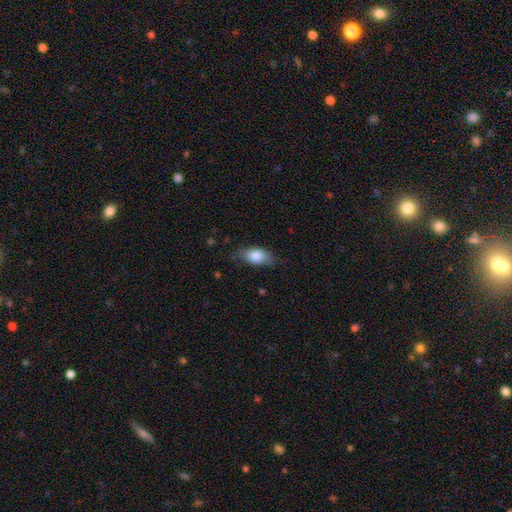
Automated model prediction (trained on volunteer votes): The model was most divided on "merging": none: 75%, minor disturbance: 20%, major disturbance: 4%, merger: 1%. More confident: how rounded — in between (88%); smooth or featured — smooth (82%).